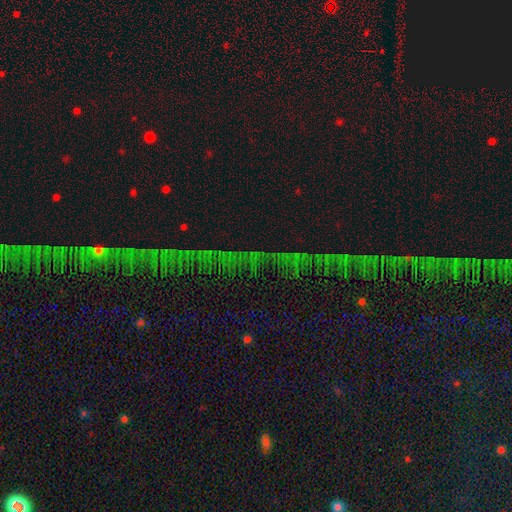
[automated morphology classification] Q: Smooth or featured?
A: star or artifact (76%); runner-up: smooth (12%)